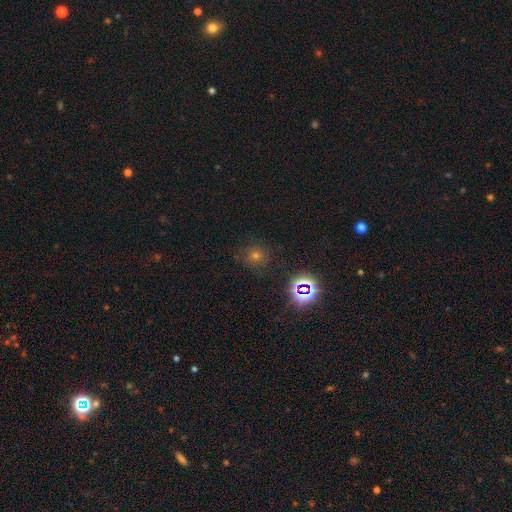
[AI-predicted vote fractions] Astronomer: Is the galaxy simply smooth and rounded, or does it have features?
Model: smooth — 48% (runner-up: star or artifact, 42%).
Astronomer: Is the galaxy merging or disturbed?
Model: none — 84%.